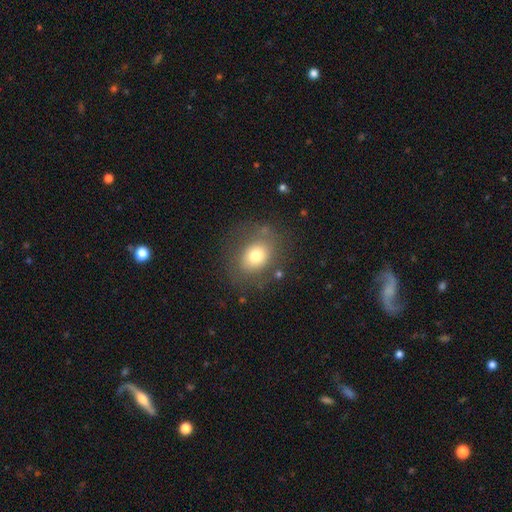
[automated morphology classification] Smooth or featured?
  - smooth: 72% *
  - featured or disk: 17%
  - star or artifact: 11%
How rounded?
  - in between: 50% *
  - round: 49%
  - cigar-shaped: 1%
Merging?
  - none: 74% *
  - minor disturbance: 15%
  - major disturbance: 9%
  - merger: 2%